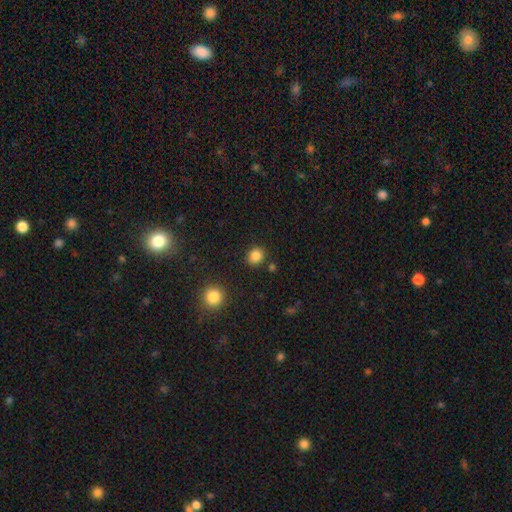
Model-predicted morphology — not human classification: Overall: smooth (85%). How rounded: round (70%). Merging: none (85%).